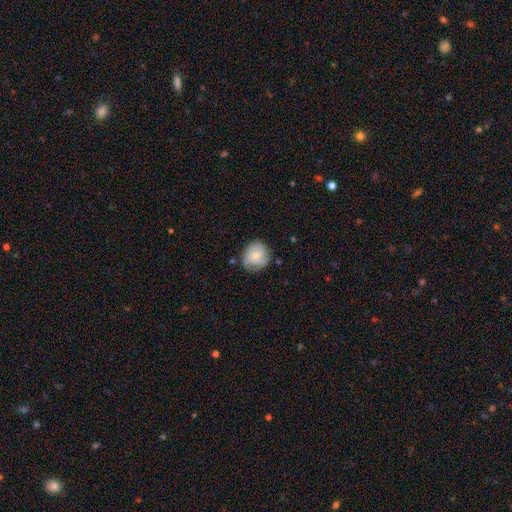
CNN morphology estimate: This is possibly a featured or disk galaxy (60%). It is clearly not viewed edge-on (98%). Bar: likely no (71%). Spiral arm pattern: clearly yes (90%). Spiral arm count: marginally 3 (42%). Spiral winding: possibly tight (52%). Central bulge: possibly moderate (48%). Merging: likely none (72%).